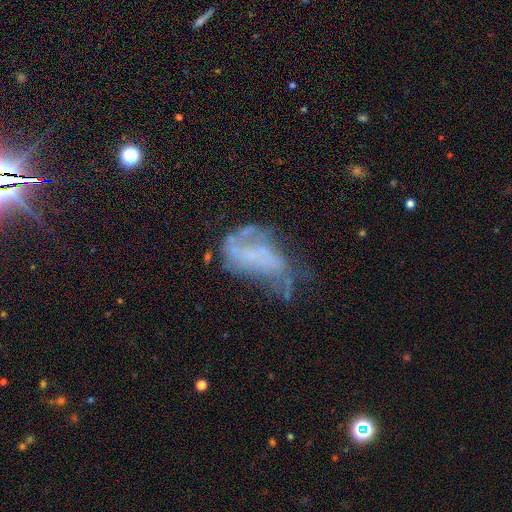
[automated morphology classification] Smooth or featured? Predicted: featured or disk (p=0.62). Edge-on disk? Predicted: no (p=0.96). Bar? Predicted: no (p=0.76). Spiral arms? Predicted: no (p=0.67). Bulge size? Predicted: none (p=0.72). Merging? Predicted: major disturbance (p=0.42).